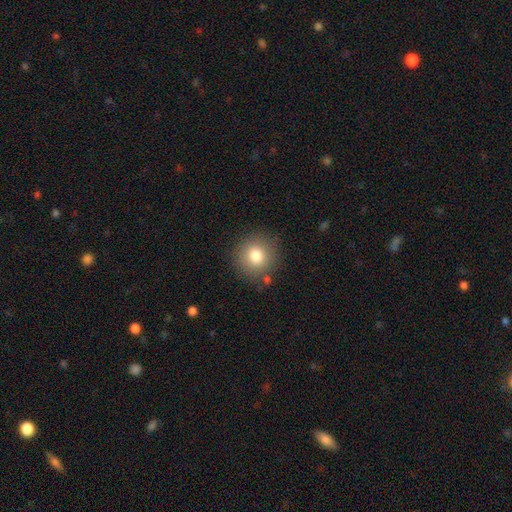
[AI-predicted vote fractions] Overall: smooth (80%). How rounded: round (91%). Merging: none (85%).